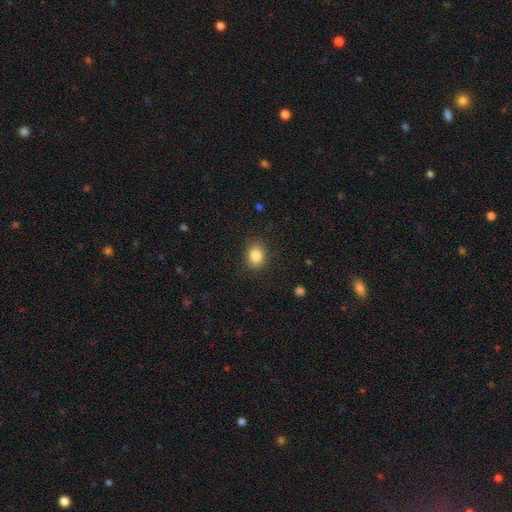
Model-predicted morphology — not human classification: Q: Smooth or featured?
A: smooth (85%); runner-up: star or artifact (10%)
Q: How rounded?
A: round (54%); runner-up: in between (45%)
Q: Merging?
A: none (86%); runner-up: minor disturbance (10%)